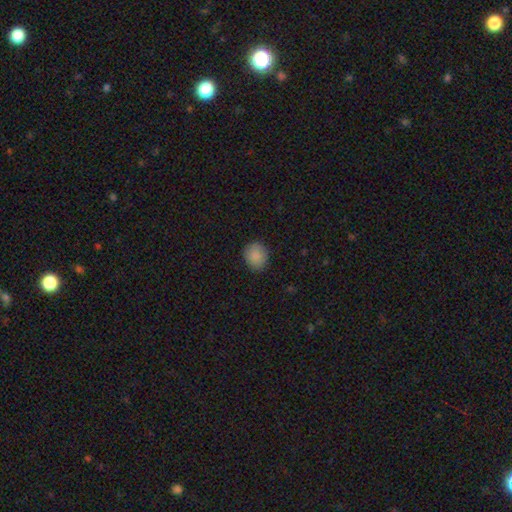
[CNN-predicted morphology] Smooth or featured? Predicted: smooth (p=0.87). How rounded? Predicted: round (p=0.73). Merging? Predicted: none (p=0.86).